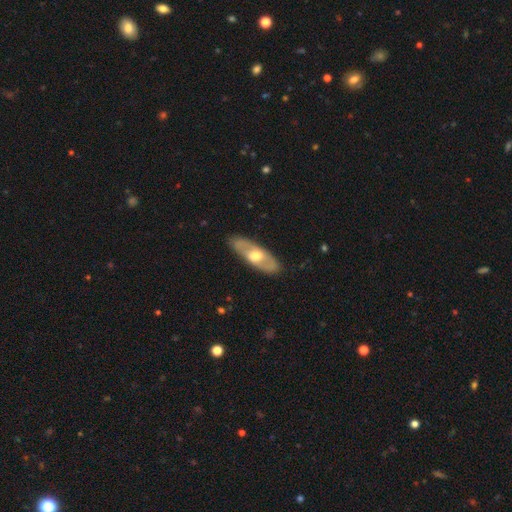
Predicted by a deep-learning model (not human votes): smooth_or_featured: featured or disk (p=0.54) [alt: smooth p=0.41]
disk_edge_on: no (p=0.72) [alt: yes p=0.28]
merging: none (p=0.84) [alt: minor disturbance p=0.12]